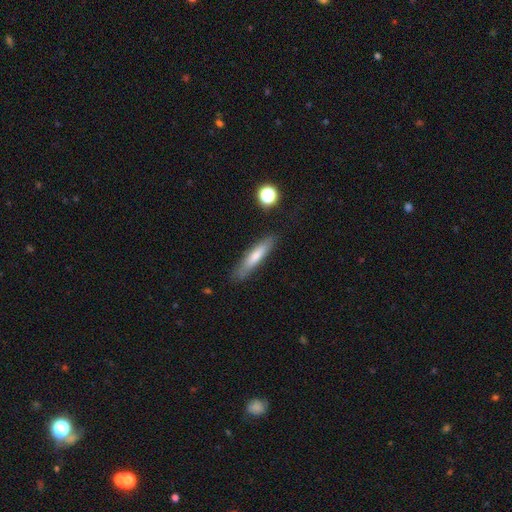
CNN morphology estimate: This is likely a smooth galaxy (66%). How rounded: clearly cigar-shaped (85%). Merging: clearly none (83%).